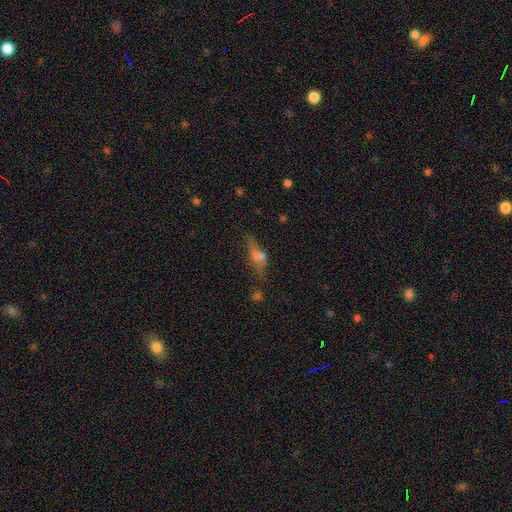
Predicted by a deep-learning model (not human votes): Smooth or featured?
  - smooth: 41% *
  - featured or disk: 38%
  - star or artifact: 21%
Merging?
  - none: 47% *
  - minor disturbance: 22%
  - major disturbance: 20%
  - merger: 11%